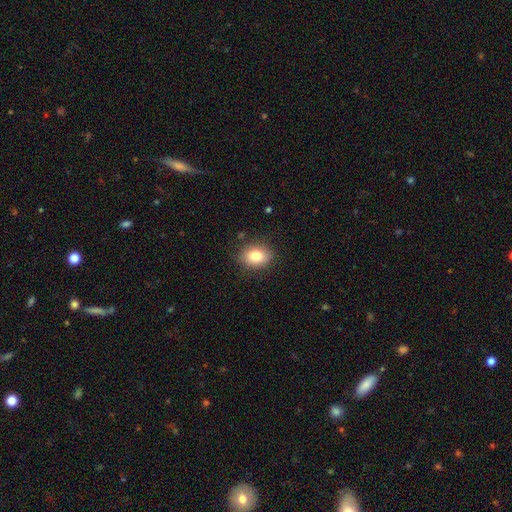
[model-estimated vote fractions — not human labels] Smooth or featured?
  - smooth: 82% *
  - star or artifact: 9%
  - featured or disk: 9%
How rounded?
  - in between: 65% *
  - round: 34%
  - cigar-shaped: 1%
Merging?
  - none: 85% *
  - minor disturbance: 11%
  - major disturbance: 3%
  - merger: 1%